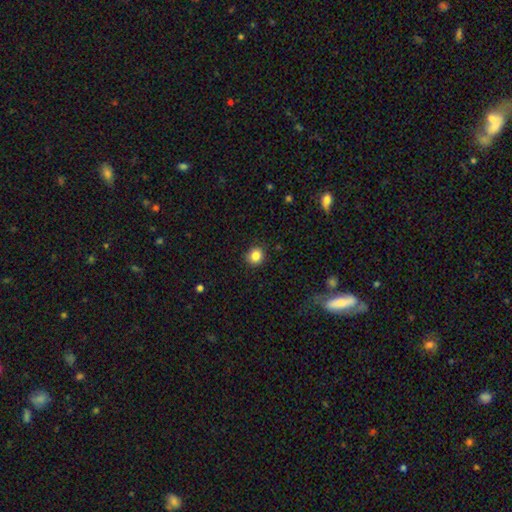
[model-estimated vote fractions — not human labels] Morphology: type=smooth (84%); roundness=round (88%); merging=none (90%).